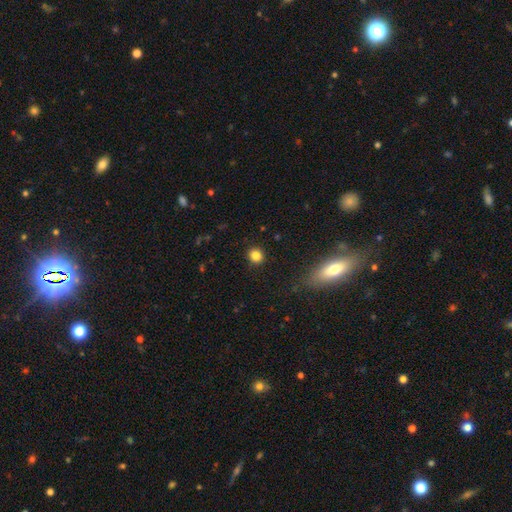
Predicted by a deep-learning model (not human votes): A smooth galaxy with no disk features (84%) that is round (81%).

Vote fractions:
- Smooth or featured? smooth: 84% / star or artifact: 12% / featured or disk: 5%
- How rounded? round: 81% / in between: 18% / cigar-shaped: 1%
- Merging? none: 89% / minor disturbance: 7% / major disturbance: 2% / merger: 1%